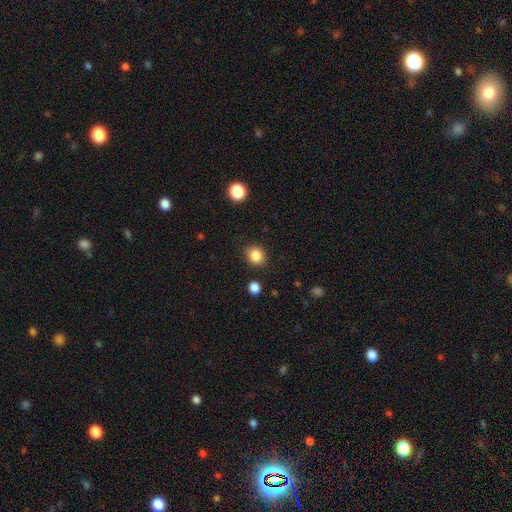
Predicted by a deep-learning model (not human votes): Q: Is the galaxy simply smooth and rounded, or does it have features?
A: smooth — 85%.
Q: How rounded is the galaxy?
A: round — 73%.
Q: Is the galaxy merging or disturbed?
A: none — 84%.